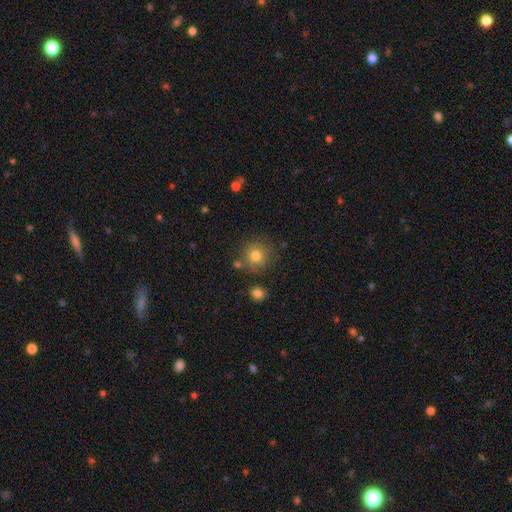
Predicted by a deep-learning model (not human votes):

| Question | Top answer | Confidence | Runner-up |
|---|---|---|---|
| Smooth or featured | smooth | 78% | star or artifact (12%) |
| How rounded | round | 91% | in between (9%) |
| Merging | none | 77% | minor disturbance (12%) |